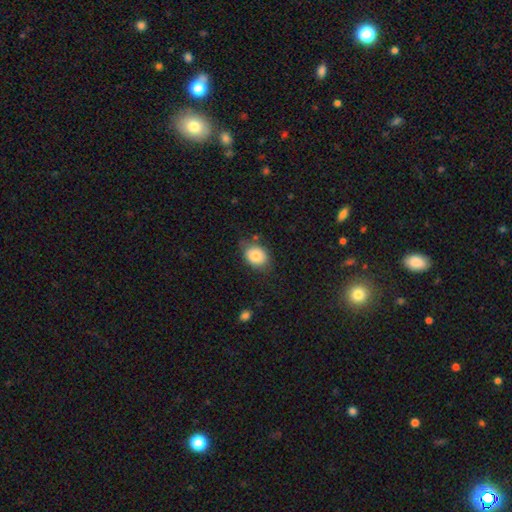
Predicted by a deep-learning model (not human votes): A smooth galaxy with no disk features (80%) that is in between round and cigar-shaped (60%).

Vote fractions:
- Smooth or featured? smooth: 80% / featured or disk: 11% / star or artifact: 8%
- How rounded? in between: 60% / round: 39% / cigar-shaped: 1%
- Merging? none: 72% / minor disturbance: 20% / major disturbance: 5% / merger: 2%